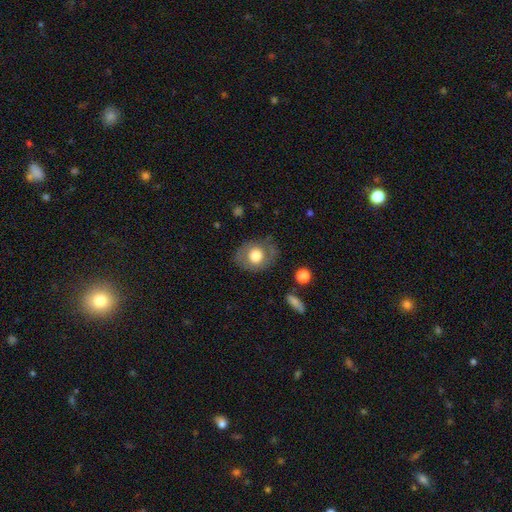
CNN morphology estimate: A smooth galaxy with no disk features (65%) that is round (56%).

Vote fractions:
- Smooth or featured? smooth: 65% / featured or disk: 27% / star or artifact: 7%
- How rounded? round: 56% / in between: 43% / cigar-shaped: 1%
- Merging? none: 73% / minor disturbance: 17% / major disturbance: 8% / merger: 2%